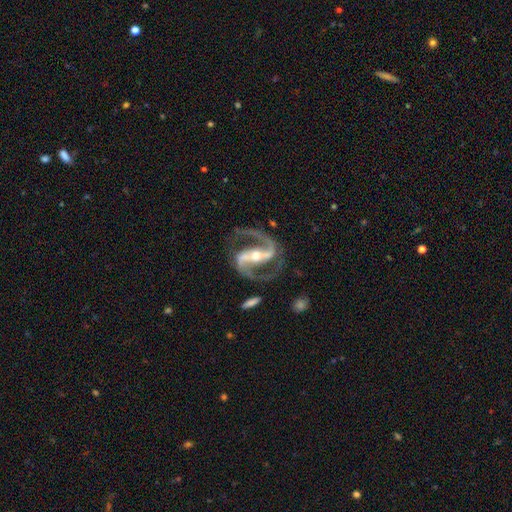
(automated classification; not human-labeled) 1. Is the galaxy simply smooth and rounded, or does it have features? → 93% featured or disk, 4% star or artifact, 2% smooth.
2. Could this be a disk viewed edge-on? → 97% no, 3% yes.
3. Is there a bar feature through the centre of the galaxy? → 70% strong, 20% weak, 9% no.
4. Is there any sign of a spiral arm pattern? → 98% yes, 2% no.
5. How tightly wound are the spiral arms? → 67% medium, 17% loose, 16% tight.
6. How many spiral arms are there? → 94% 2, 1% 1, 1% can't tell, 1% 3, 1% 4, 1% more than 4.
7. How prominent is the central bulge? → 59% moderate, 33% small, 5% large, 2% none, 1% dominant.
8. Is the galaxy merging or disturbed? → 78% none, 12% minor disturbance, 7% major disturbance, 2% merger.